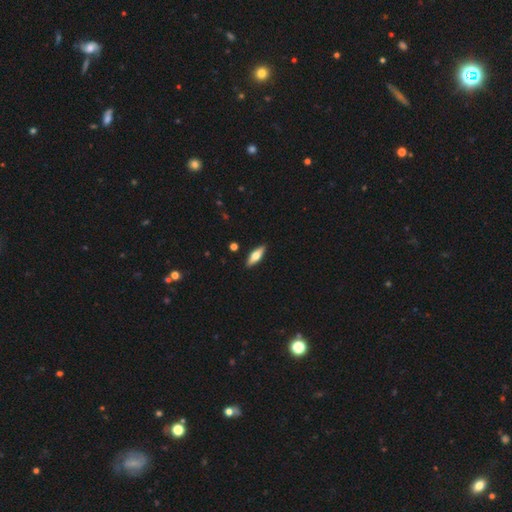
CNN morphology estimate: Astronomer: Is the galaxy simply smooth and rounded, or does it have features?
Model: smooth — 49% (runner-up: featured or disk, 46%).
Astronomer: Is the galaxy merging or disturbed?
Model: none — 90%.